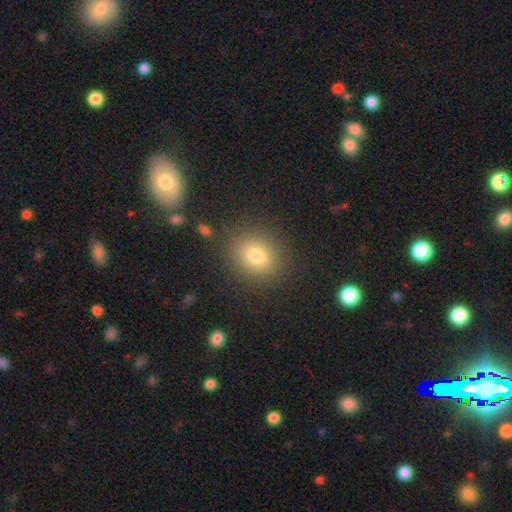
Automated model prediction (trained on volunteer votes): smooth_or_featured: smooth (p=0.77) [alt: star or artifact p=0.13]
how_rounded: round (p=0.69) [alt: in between p=0.30]
merging: none (p=0.86) [alt: minor disturbance p=0.09]